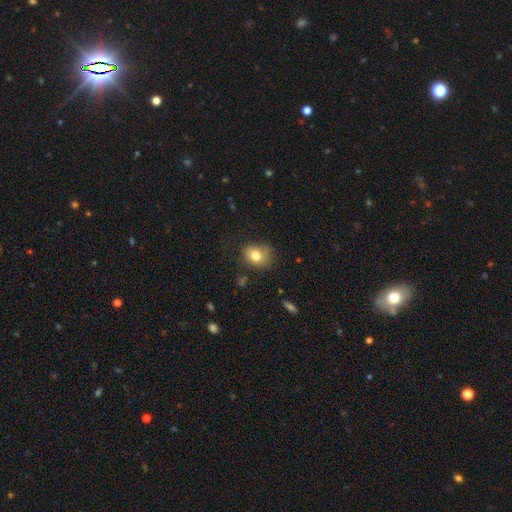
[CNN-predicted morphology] smooth-or-featured: smooth: 79% | featured or disk: 11% | star or artifact: 10%
  how-rounded: round: 53% | in between: 46% | cigar-shaped: 1%
  merging: none: 65% | minor disturbance: 24% | major disturbance: 8% | merger: 2%